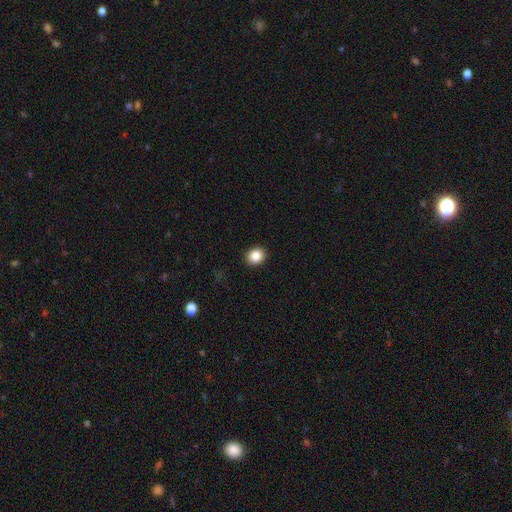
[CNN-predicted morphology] The model was most divided on "how rounded": round: 65%, in between: 34%, cigar-shaped: 1%. More confident: merging — none (91%); smooth or featured — smooth (86%).